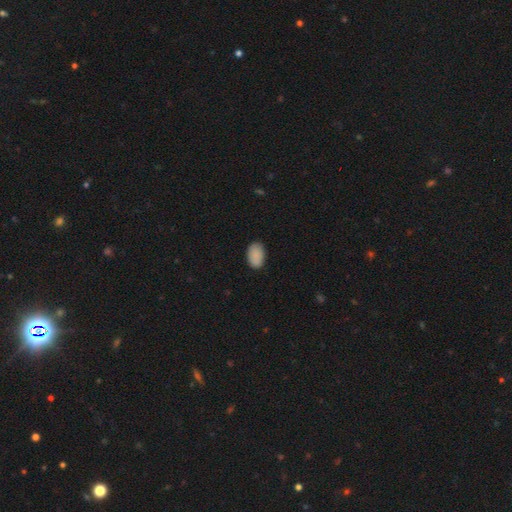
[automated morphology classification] smooth 90%, star or artifact 7%, featured or disk 3%. Down the decision tree: how rounded — in between (90%); merging — none (86%).